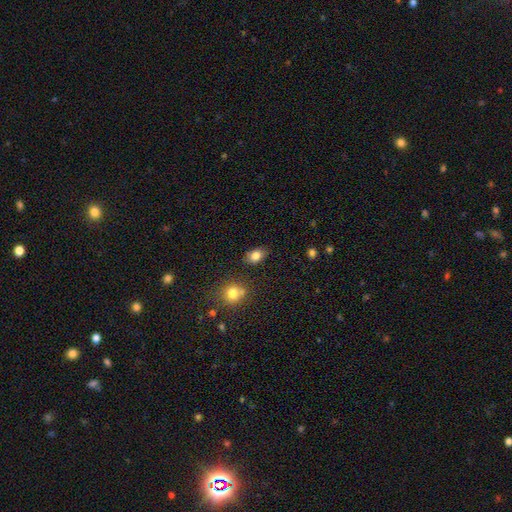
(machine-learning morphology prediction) Overall: smooth (83%). How rounded: in between (72%). Merging: none (80%).